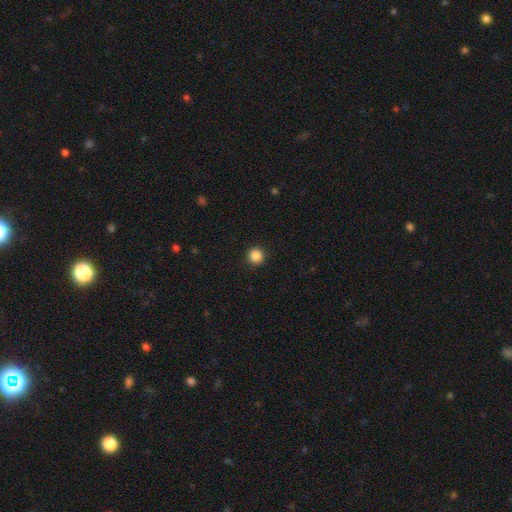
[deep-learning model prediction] Smooth or featured?
  - smooth: 87% *
  - star or artifact: 10%
  - featured or disk: 3%
How rounded?
  - round: 95% *
  - in between: 4%
  - cigar-shaped: 1%
Merging?
  - none: 93% *
  - minor disturbance: 4%
  - major disturbance: 2%
  - merger: 1%